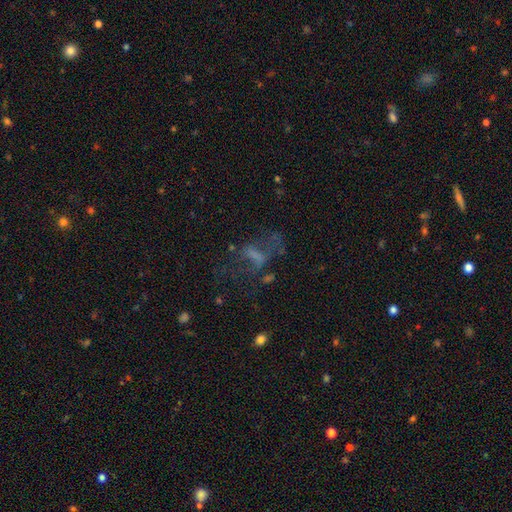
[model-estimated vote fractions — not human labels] Smooth or featured?
  - featured or disk: 42% *
  - smooth: 34%
  - star or artifact: 24%
Merging?
  - major disturbance: 45% *
  - none: 34%
  - minor disturbance: 15%
  - merger: 6%